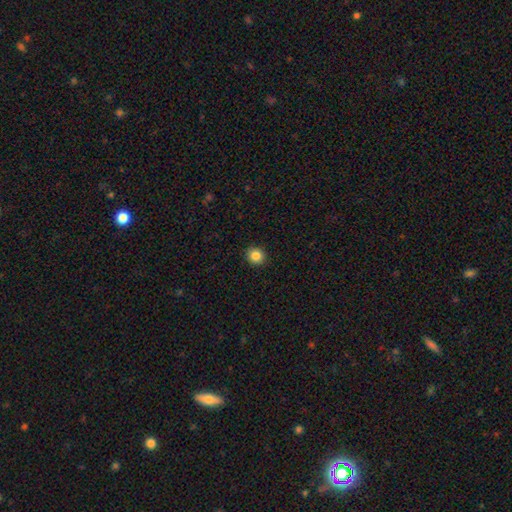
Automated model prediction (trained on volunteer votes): Smooth or featured? Predicted: smooth (p=0.85). How rounded? Predicted: round (p=0.88). Merging? Predicted: none (p=0.92).